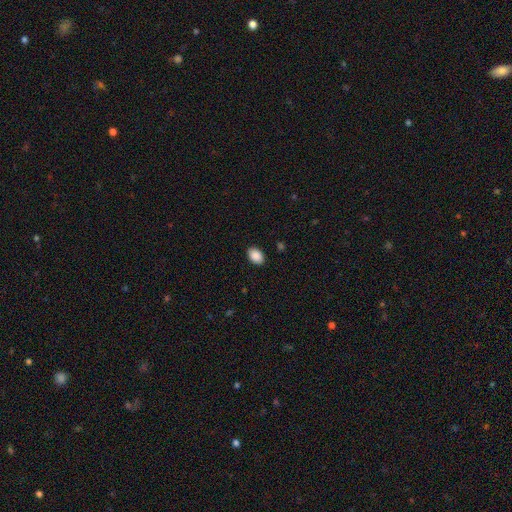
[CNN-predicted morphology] Smooth or featured?
  - smooth: 90% *
  - star or artifact: 7%
  - featured or disk: 3%
How rounded?
  - in between: 87% *
  - round: 12%
  - cigar-shaped: 1%
Merging?
  - none: 89% *
  - minor disturbance: 8%
  - major disturbance: 2%
  - merger: 1%